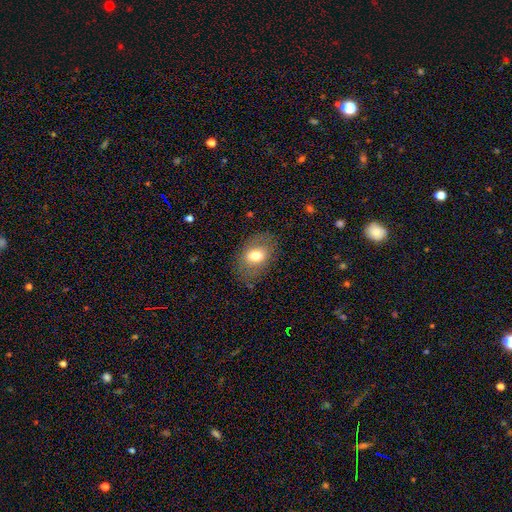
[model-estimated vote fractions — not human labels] Overall: smooth (68%). How rounded: in between (80%). Merging: none (77%).